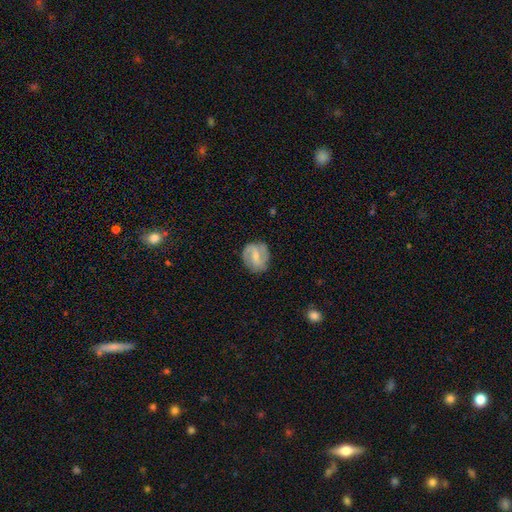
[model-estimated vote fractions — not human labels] smooth-or-featured: featured or disk: 65% | smooth: 29% | star or artifact: 7%
  disk-edge-on: no: 97% | yes: 3%
    bar: weak: 50% | strong: 31% | no: 19%
    has-spiral-arms: yes: 85% | no: 15%
      spiral-winding: medium: 46% | loose: 28% | tight: 27%
      spiral-arm-count: 2: 77% | can't tell: 12% | 1: 5% | 3: 4% | 4: 1% | more than 4: 1%
    bulge-size: small: 47% | moderate: 34% | none: 15% | large: 3% | dominant: 1%
  merging: none: 74% | minor disturbance: 18% | major disturbance: 6% | merger: 1%